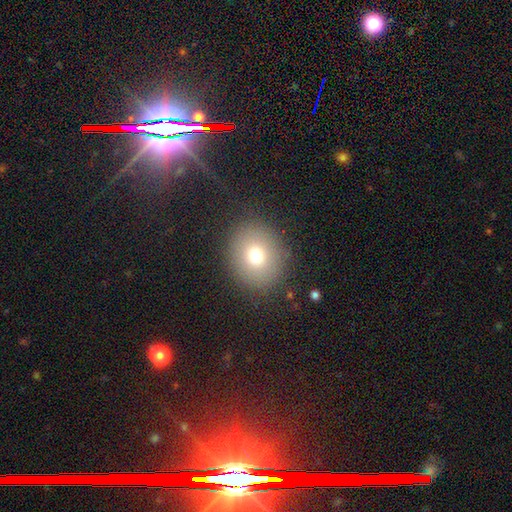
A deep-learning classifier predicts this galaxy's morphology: Smooth or featured? smooth (76%)
How rounded? round (74%)
Merging? none (87%)